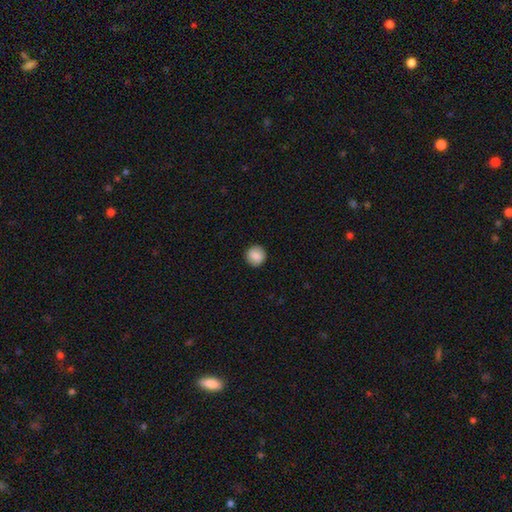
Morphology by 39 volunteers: smooth-or-featured: smooth: 79% | featured or disk: 15% | star or artifact: 5%
  how-rounded: round: 94% | in between: 6% | cigar-shaped: 0%
  merging: none: 100% | minor disturbance: 0% | major disturbance: 0% | merger: 0%